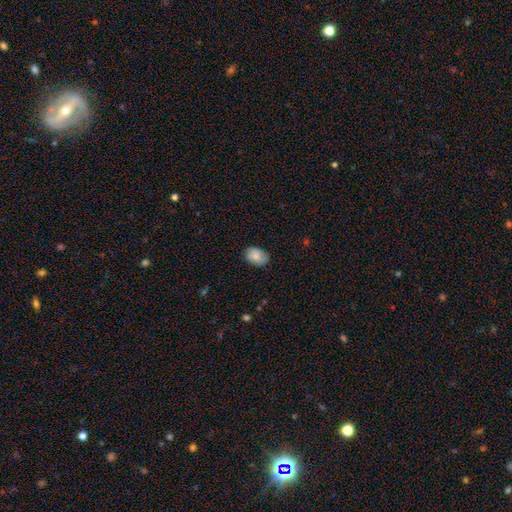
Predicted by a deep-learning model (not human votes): Smooth or featured? smooth (84%)
How rounded? in between (78%)
Merging? none (80%)